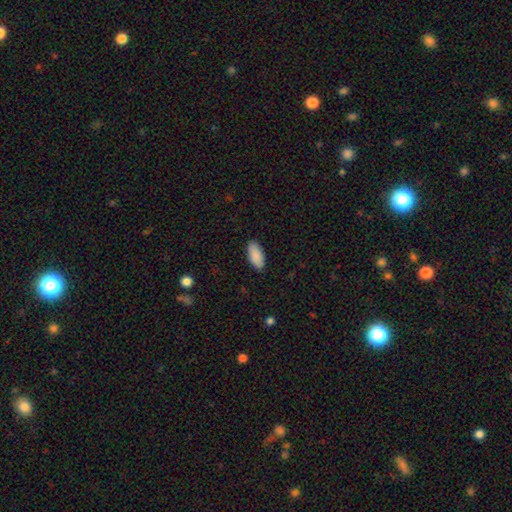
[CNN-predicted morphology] Smooth or featured?
  - smooth: 90% *
  - star or artifact: 6%
  - featured or disk: 4%
How rounded?
  - in between: 89% *
  - cigar-shaped: 9%
  - round: 2%
Merging?
  - none: 88% *
  - minor disturbance: 9%
  - major disturbance: 2%
  - merger: 1%